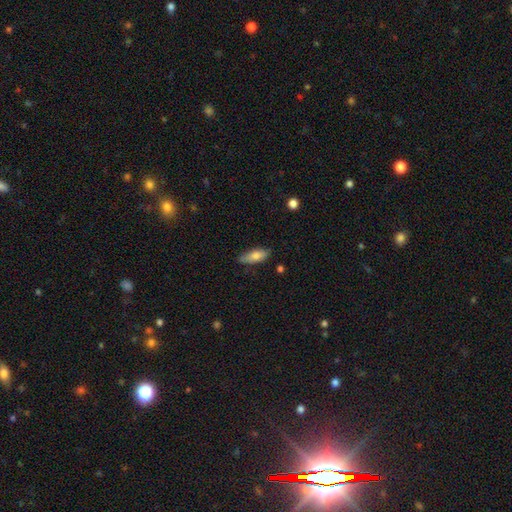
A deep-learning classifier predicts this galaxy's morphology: smooth 77%, featured or disk 16%, star or artifact 7%. Down the decision tree: how rounded — in between (74%); merging — none (75%).